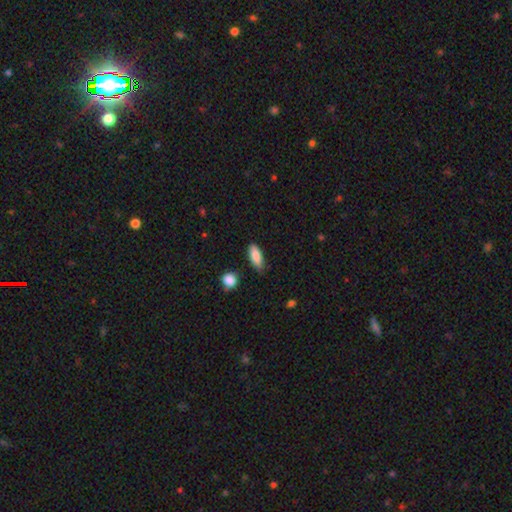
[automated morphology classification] Smooth or featured?
  - smooth: 87% *
  - star or artifact: 7%
  - featured or disk: 6%
How rounded?
  - in between: 76% *
  - cigar-shaped: 22%
  - round: 3%
Merging?
  - none: 76% *
  - minor disturbance: 19%
  - major disturbance: 3%
  - merger: 2%